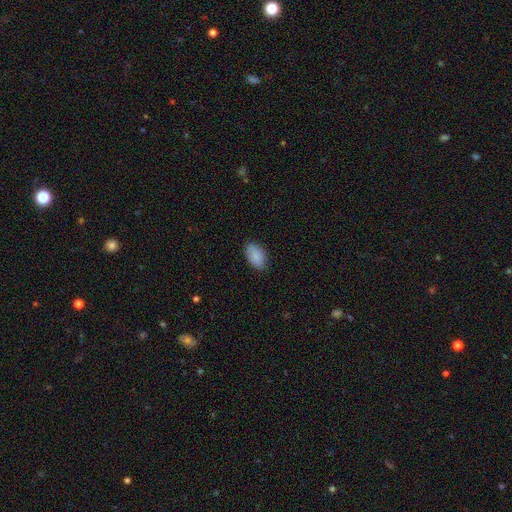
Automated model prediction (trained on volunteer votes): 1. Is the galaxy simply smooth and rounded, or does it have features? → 88% smooth, 7% star or artifact, 6% featured or disk.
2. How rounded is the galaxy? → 93% in between, 5% round, 2% cigar-shaped.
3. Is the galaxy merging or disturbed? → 83% none, 14% minor disturbance, 3% major disturbance, 1% merger.